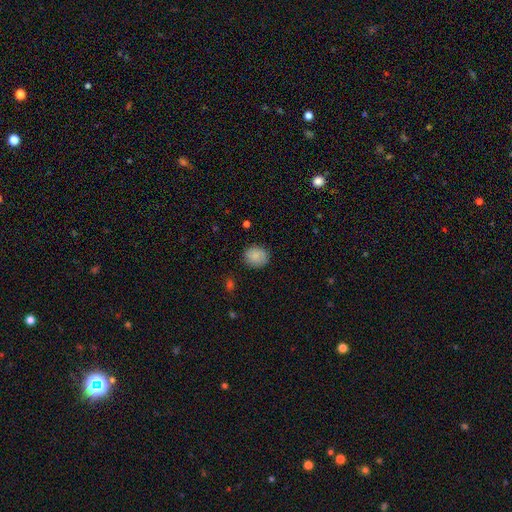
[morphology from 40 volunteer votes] Q: Smooth or featured?
A: smooth (88%); runner-up: star or artifact (8%)
Q: How rounded?
A: round (80%); runner-up: in between (20%)
Q: Merging?
A: none (97%); runner-up: minor disturbance (3%)